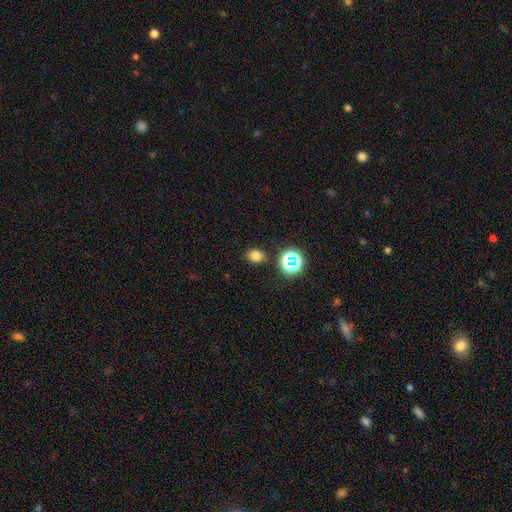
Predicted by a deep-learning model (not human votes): The model was most divided on "how rounded": round: 61%, in between: 38%, cigar-shaped: 1%. More confident: merging — none (86%); smooth or featured — smooth (74%).